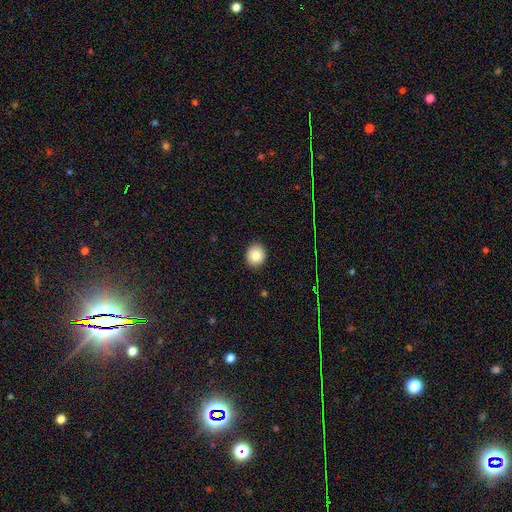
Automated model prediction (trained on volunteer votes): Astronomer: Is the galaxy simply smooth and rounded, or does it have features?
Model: smooth — 82%.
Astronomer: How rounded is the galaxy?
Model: round — 84%.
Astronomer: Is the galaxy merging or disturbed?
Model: none — 91%.